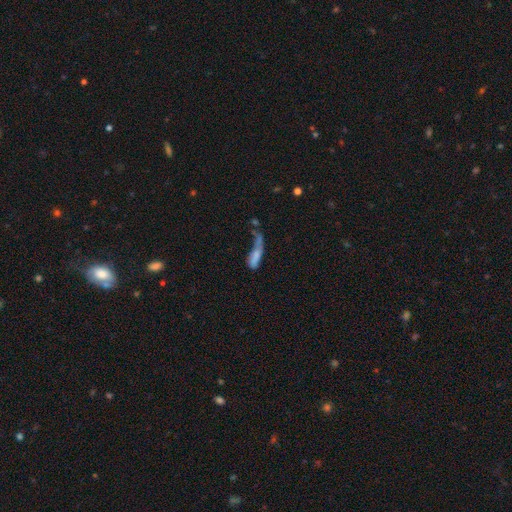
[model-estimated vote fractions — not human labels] A smooth galaxy with no disk features (65%) that is cigar-shaped (55%).

Vote fractions:
- Smooth or featured? smooth: 65% / featured or disk: 25% / star or artifact: 11%
- How rounded? cigar-shaped: 55% / in between: 42% / round: 3%
- Merging? major disturbance: 40% / merger: 23% / none: 19% / minor disturbance: 18%